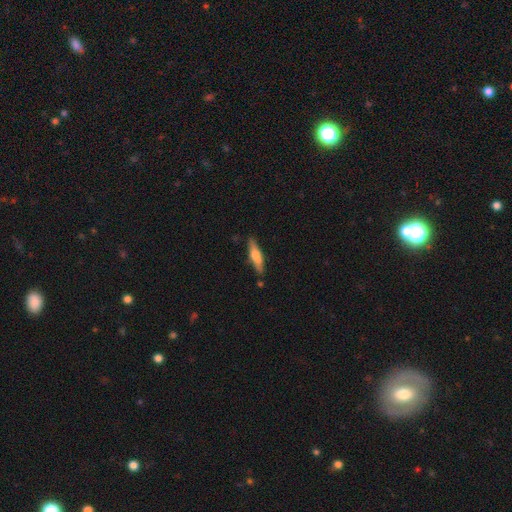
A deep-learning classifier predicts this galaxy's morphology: smooth 49%, featured or disk 45%, star or artifact 6%. Down the decision tree: merging — none (82%).